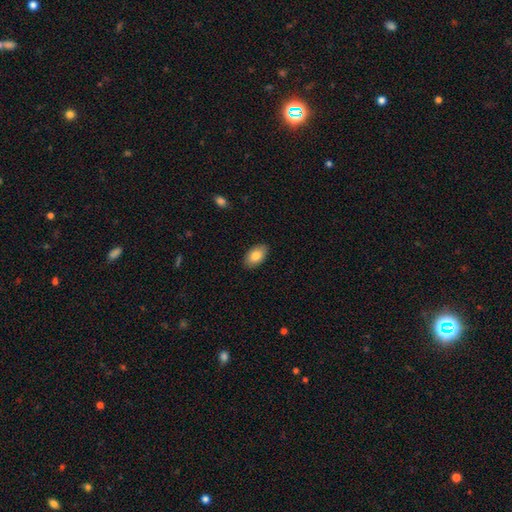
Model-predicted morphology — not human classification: type=smooth (83%); roundness=in between (94%); merging=none (88%).